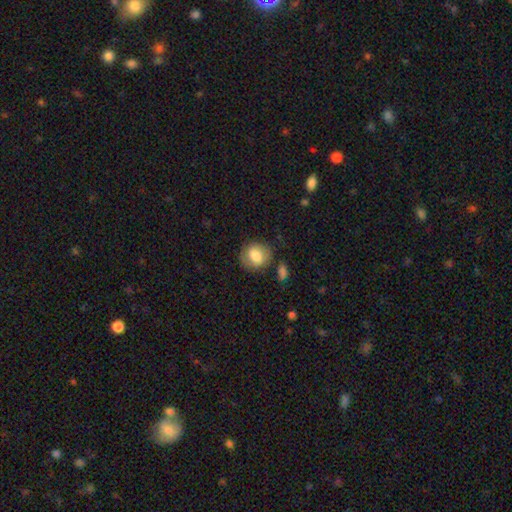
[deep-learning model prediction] smooth-or-featured: smooth: 78% | featured or disk: 15% | star or artifact: 7%
  how-rounded: round: 70% | in between: 29% | cigar-shaped: 1%
  merging: none: 74% | minor disturbance: 16% | major disturbance: 6% | merger: 4%